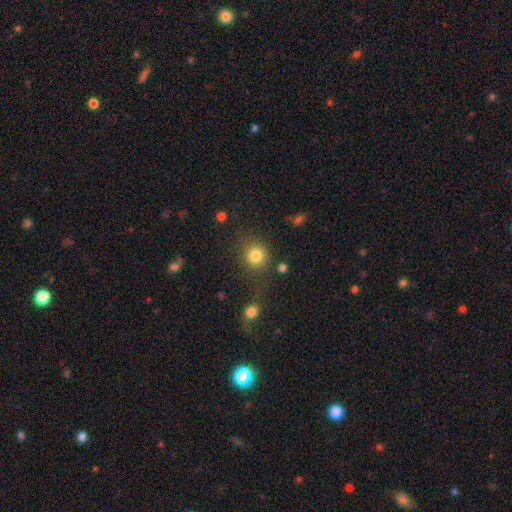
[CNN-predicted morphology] Overall: smooth (82%). How rounded: round (89%). Merging: none (76%).